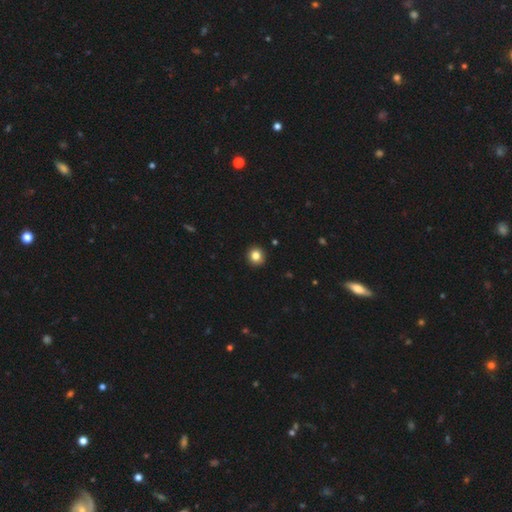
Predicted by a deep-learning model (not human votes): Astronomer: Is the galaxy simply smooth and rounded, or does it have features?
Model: smooth — 83%.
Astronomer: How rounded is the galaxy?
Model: round — 92%.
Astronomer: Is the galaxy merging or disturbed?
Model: none — 93%.